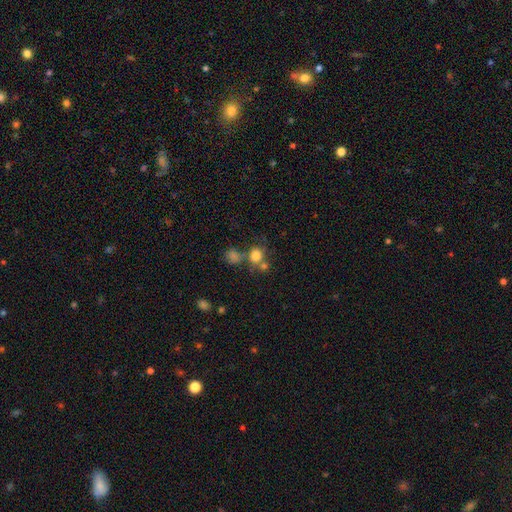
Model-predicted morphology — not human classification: Smooth or featured?
  - smooth: 77% *
  - star or artifact: 14%
  - featured or disk: 9%
How rounded?
  - round: 81% *
  - in between: 18%
  - cigar-shaped: 1%
Merging?
  - none: 53% *
  - merger: 31%
  - minor disturbance: 11%
  - major disturbance: 6%